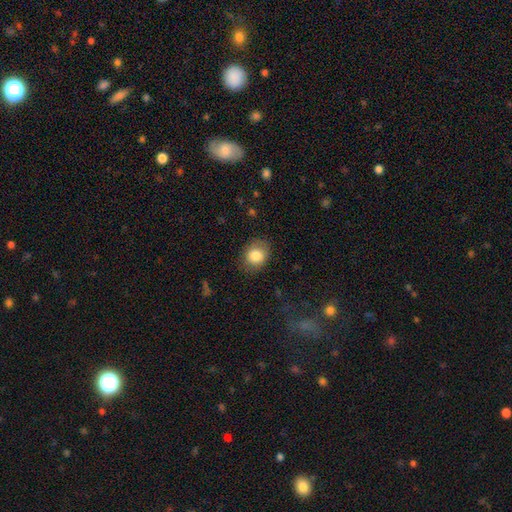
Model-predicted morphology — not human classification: A smooth galaxy with no disk features (83%) that is round (61%). Merging: none (80%).